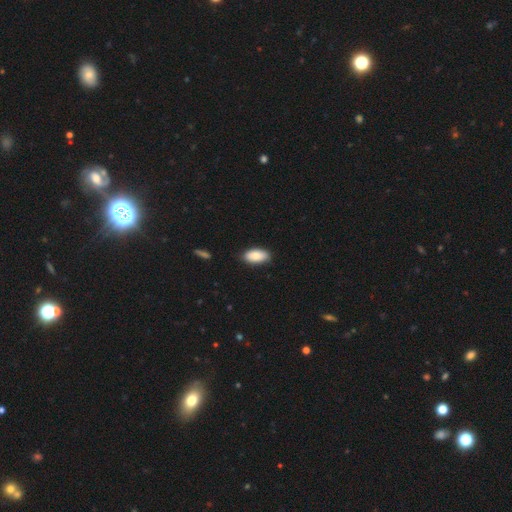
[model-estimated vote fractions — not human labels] smooth-or-featured: smooth: 86% | featured or disk: 7% | star or artifact: 6%
  how-rounded: in between: 92% | cigar-shaped: 5% | round: 2%
  merging: none: 85% | minor disturbance: 12% | major disturbance: 2% | merger: 1%